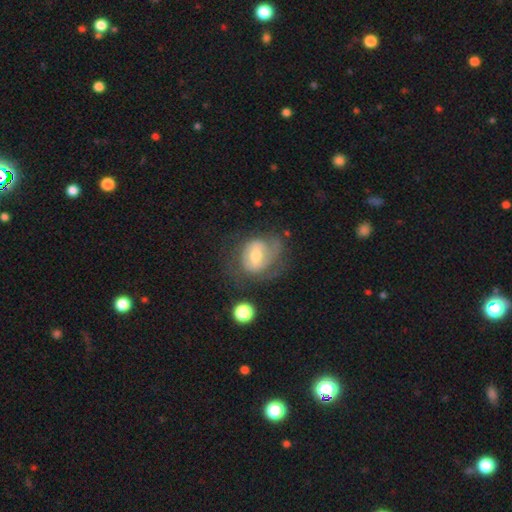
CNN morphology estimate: Overall: featured or disk (62%; smooth 29%). Edge-on disk: no (96%). Bar: weak (44%; no 40%). Spiral arms: yes (73%). Bulge size: moderate (65%; small 26%). Merging: none (45%; major disturbance 26%).